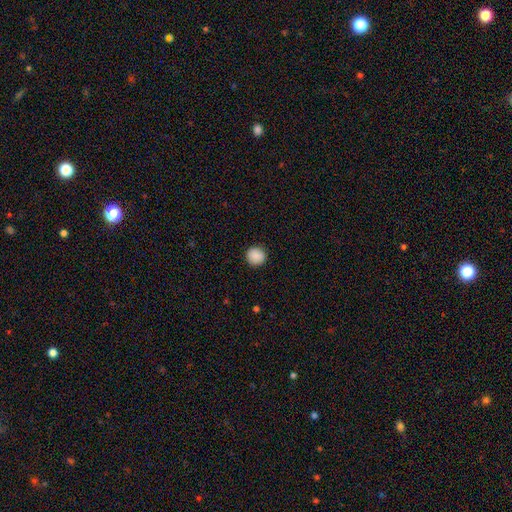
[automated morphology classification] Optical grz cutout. It shows a smooth galaxy with no disk features (89%) that is round (93%). Merging: none (92%).